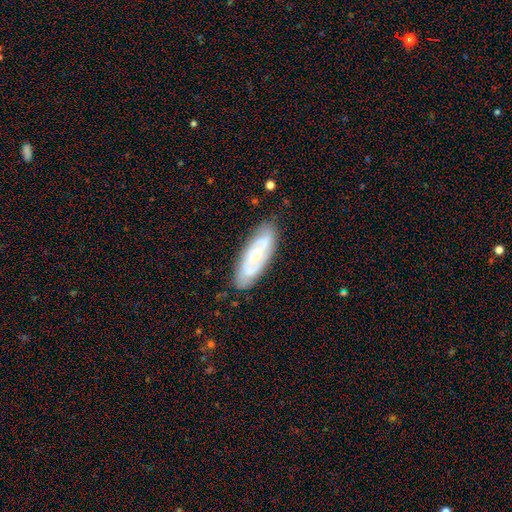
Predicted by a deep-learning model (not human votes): Smooth or featured: featured or disk — 64% (smooth — 30%)
Edge-on disk: no — 85% (yes — 15%)
Bar: no — 63% (weak — 29%)
Spiral arms: yes — 82% (no — 18%)
Bulge size: small — 59% (moderate — 30%)
Merging: none — 81% (minor disturbance — 14%)